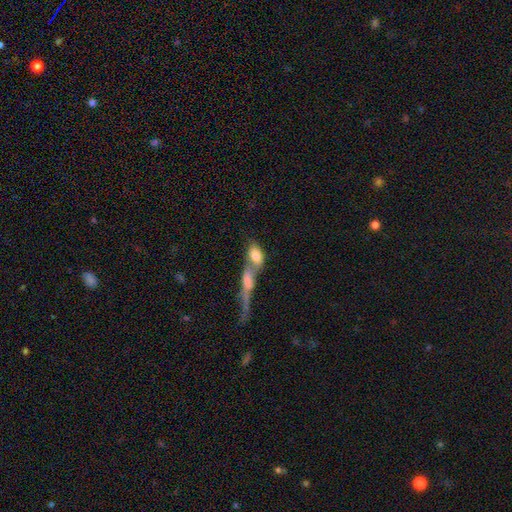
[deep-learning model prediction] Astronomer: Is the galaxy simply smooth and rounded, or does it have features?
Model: smooth — 71%.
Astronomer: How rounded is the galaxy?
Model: in between — 79%.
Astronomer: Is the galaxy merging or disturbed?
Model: merger — 61%.